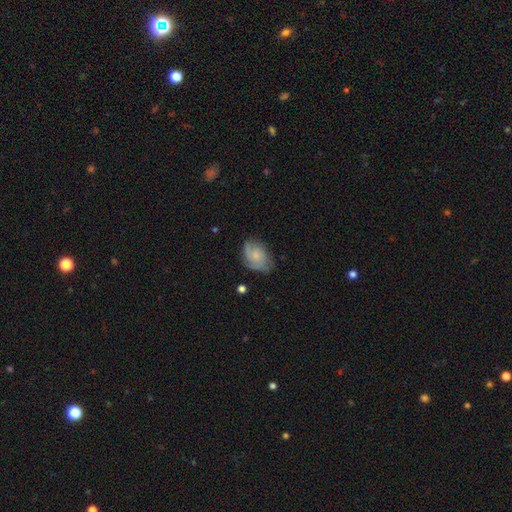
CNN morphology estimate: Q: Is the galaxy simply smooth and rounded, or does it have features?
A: featured or disk — 47%.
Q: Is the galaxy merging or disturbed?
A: none — 60%.